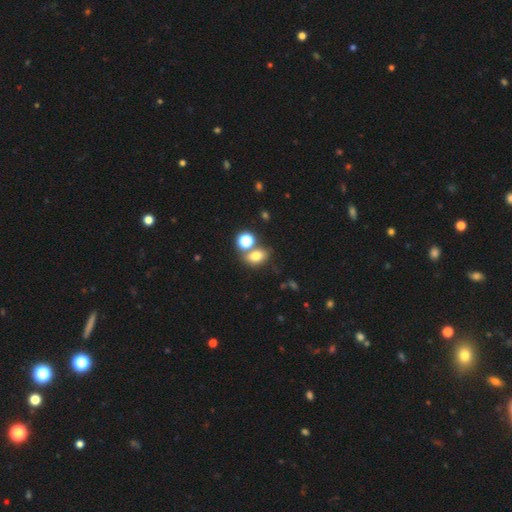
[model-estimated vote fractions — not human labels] smooth 75%, star or artifact 15%, featured or disk 10%. Down the decision tree: how rounded — in between (65%); merging — none (56%).